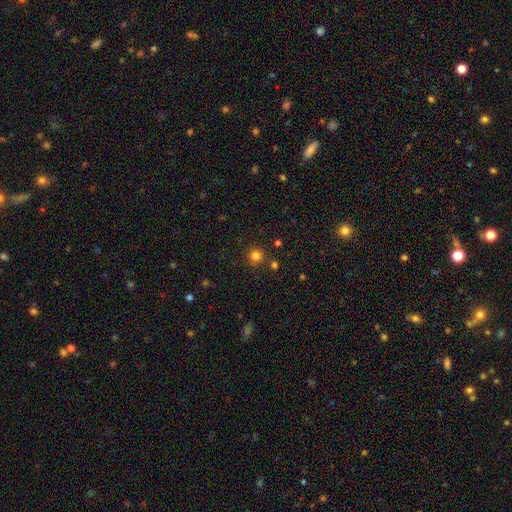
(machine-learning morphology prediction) Smooth or featured? smooth (80%)
How rounded? round (94%)
Merging? none (82%)